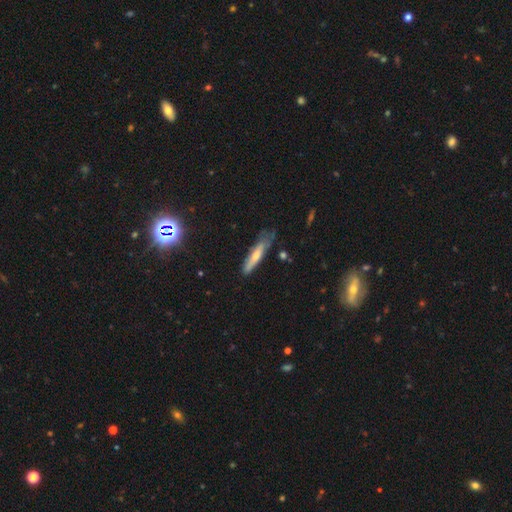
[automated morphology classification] Overall: smooth (57%; featured or disk 37%). How rounded: cigar-shaped (82%). Merging: none (57%; minor disturbance 30%).